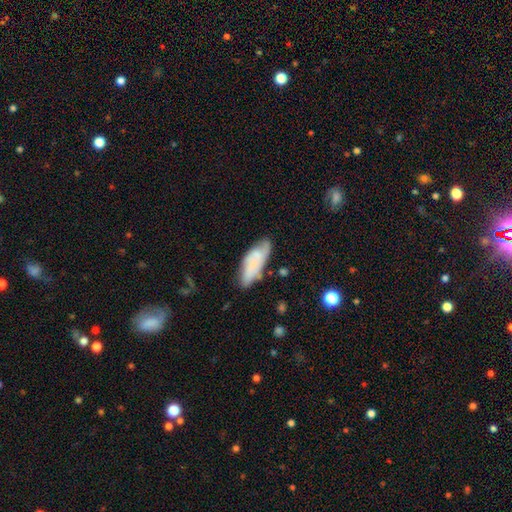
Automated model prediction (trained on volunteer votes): Morphology: type=smooth (63%); roundness=in between (76%); merging=none (54%).